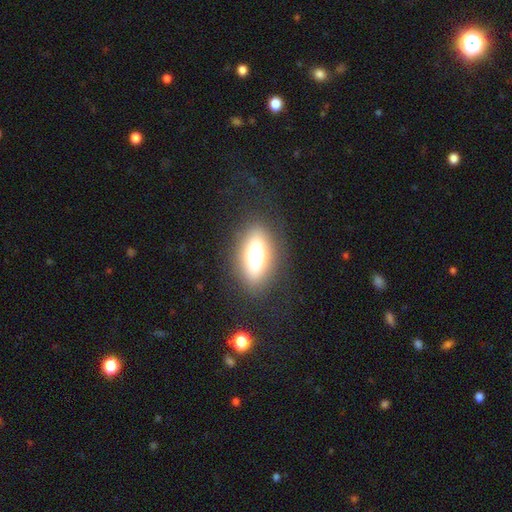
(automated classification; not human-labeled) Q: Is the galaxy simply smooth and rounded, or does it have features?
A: smooth — 56%.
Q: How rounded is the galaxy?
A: in between — 74%.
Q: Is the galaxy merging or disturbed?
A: none — 85%.